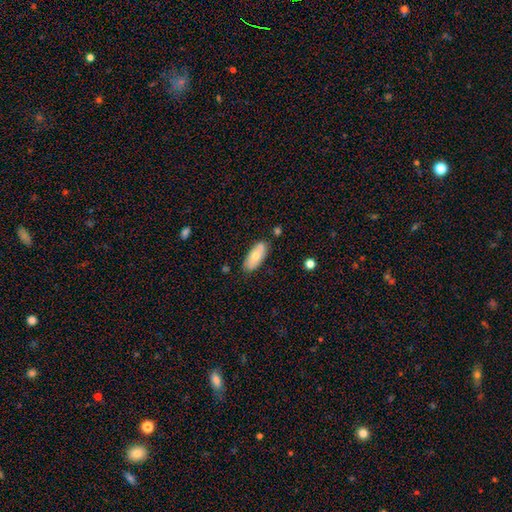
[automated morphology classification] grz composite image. It shows a smooth galaxy with no disk features (66%) that is in between round and cigar-shaped (83%). Merging: none (80%).